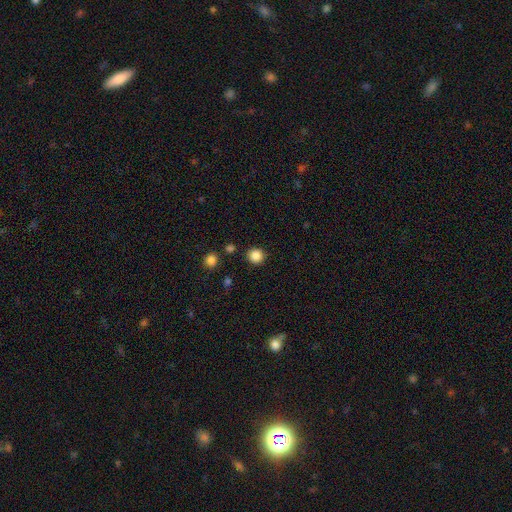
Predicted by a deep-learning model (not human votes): Overall: smooth (86%). How rounded: round (93%). Merging: none (89%).